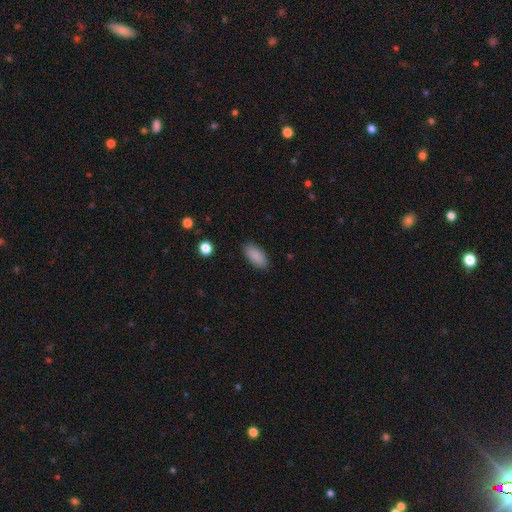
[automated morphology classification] type=smooth (89%); roundness=in between (89%); merging=none (87%).